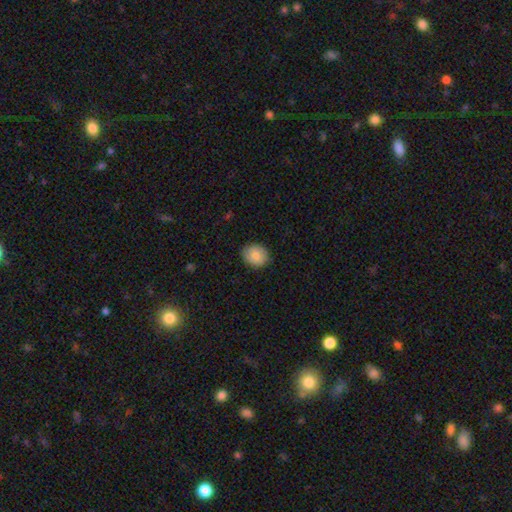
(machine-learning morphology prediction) type=smooth (83%); roundness=round (62%); merging=none (86%).